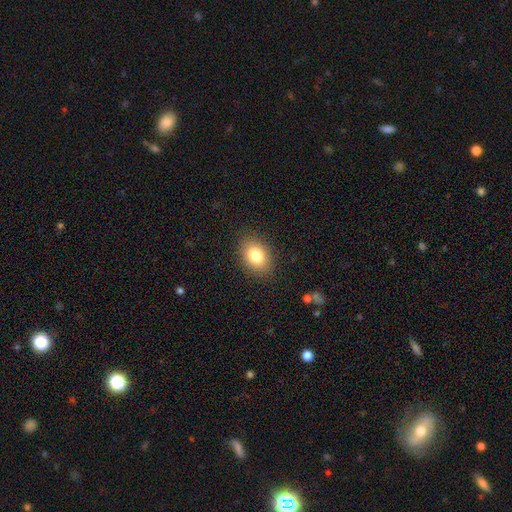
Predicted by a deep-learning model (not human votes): Smooth or featured? Predicted: smooth (p=0.81). How rounded? Predicted: in between (p=0.75). Merging? Predicted: none (p=0.87).